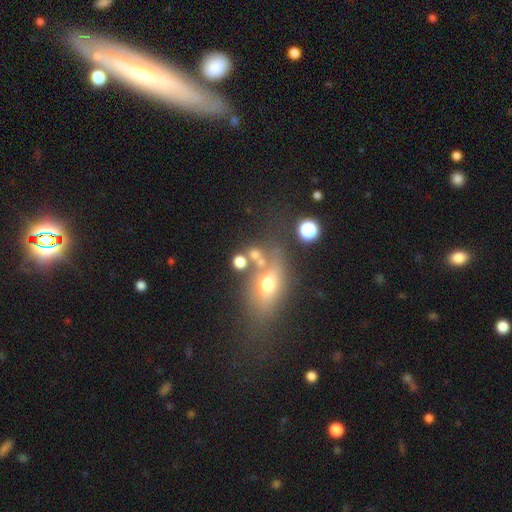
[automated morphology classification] type=smooth (59%); roundness=in between (48%); merging=none (48%).